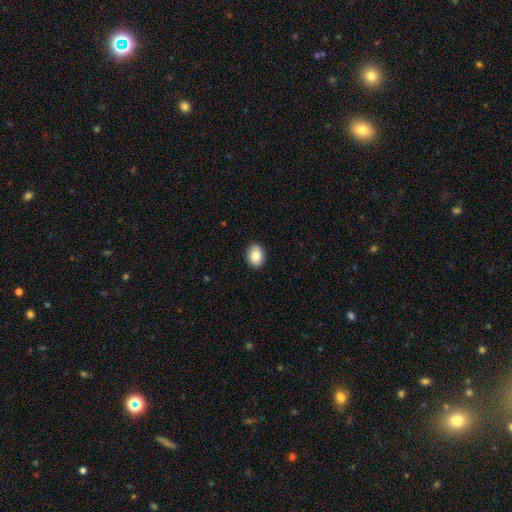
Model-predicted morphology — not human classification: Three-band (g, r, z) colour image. It shows a smooth galaxy with no disk features (86%) that is in between round and cigar-shaped (63%). Merging: none (91%).